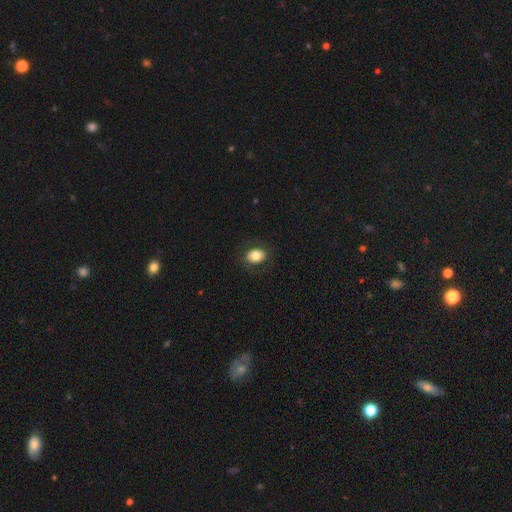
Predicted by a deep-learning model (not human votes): Smooth or featured? smooth (78%)
How rounded? in between (67%)
Merging? none (85%)